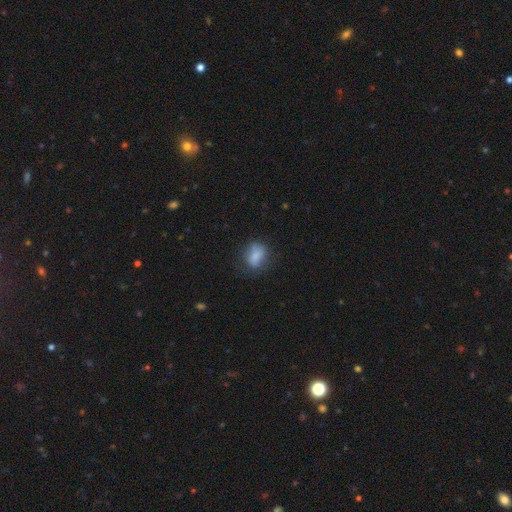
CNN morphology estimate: Smooth or featured: smooth — 74% (featured or disk — 17%)
How rounded: in between — 58% (round — 40%)
Merging: none — 60% (minor disturbance — 26%)